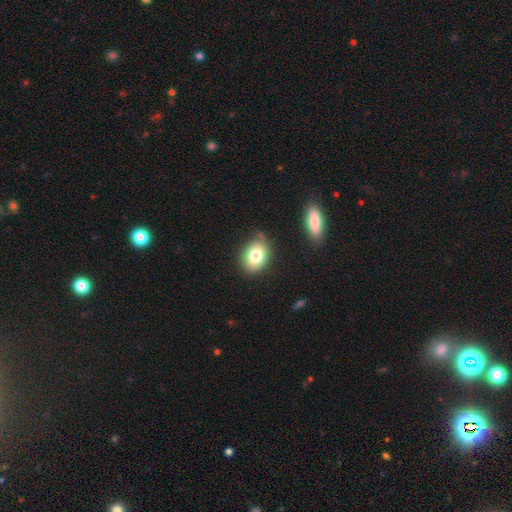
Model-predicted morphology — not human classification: This appears to be a smooth galaxy with no disk features (81%) that is in between round and cigar-shaped (67%). Merging: none (72%).